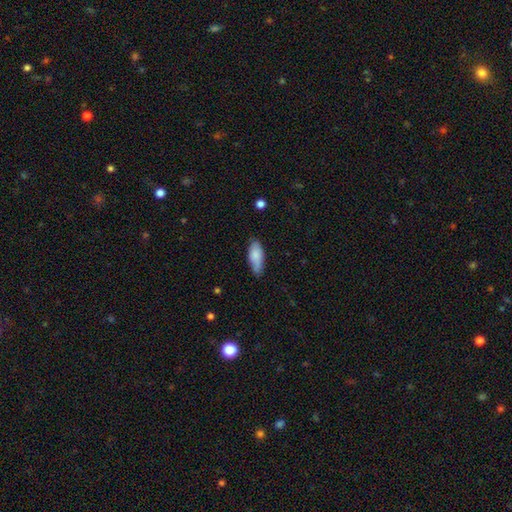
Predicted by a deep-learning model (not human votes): Smooth or featured: smooth — 82% (featured or disk — 12%)
How rounded: in between — 78% (cigar-shaped — 20%)
Merging: none — 70% (minor disturbance — 24%)